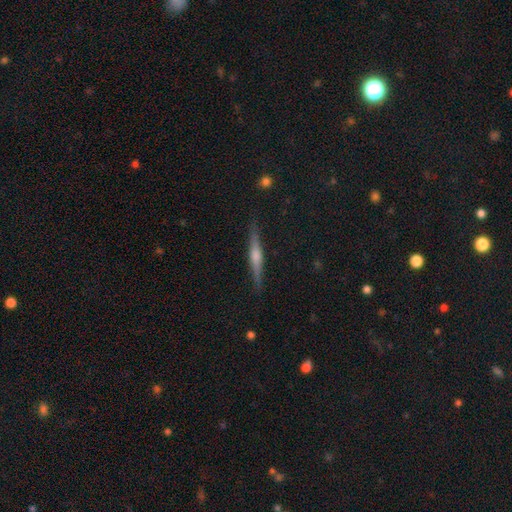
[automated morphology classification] Smooth or featured? Predicted: featured or disk (p=0.71). Edge-on disk? Predicted: yes (p=0.98). Edge-on bulge? Predicted: rounded (p=0.75). Merging? Predicted: none (p=0.89).